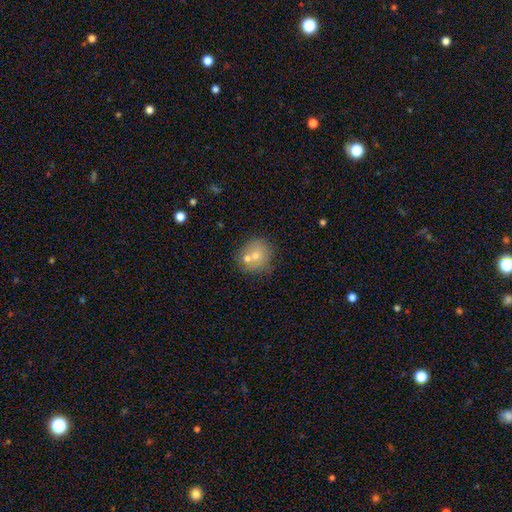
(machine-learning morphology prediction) smooth 59%, featured or disk 26%, star or artifact 15%. Down the decision tree: how rounded — round (83%); merging — none (57%).